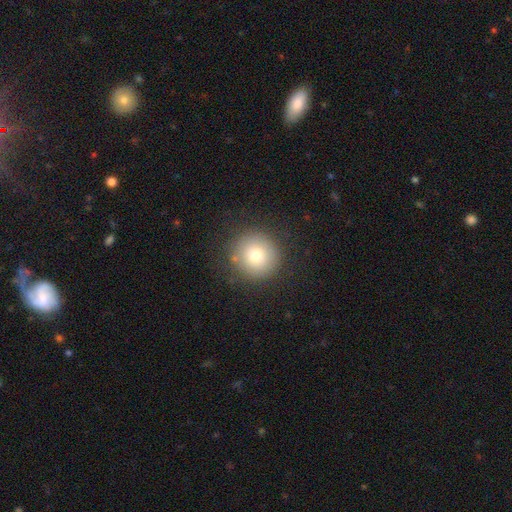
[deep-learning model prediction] Overall: smooth (75%). How rounded: round (95%). Merging: none (87%).